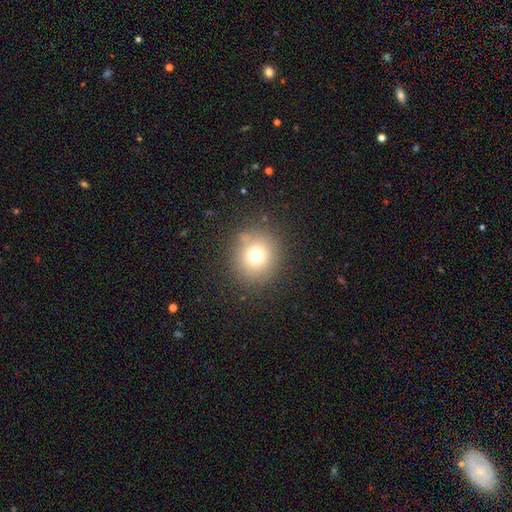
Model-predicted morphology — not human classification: A smooth galaxy with no disk features (71%) that is round (90%). Merging: none (85%).